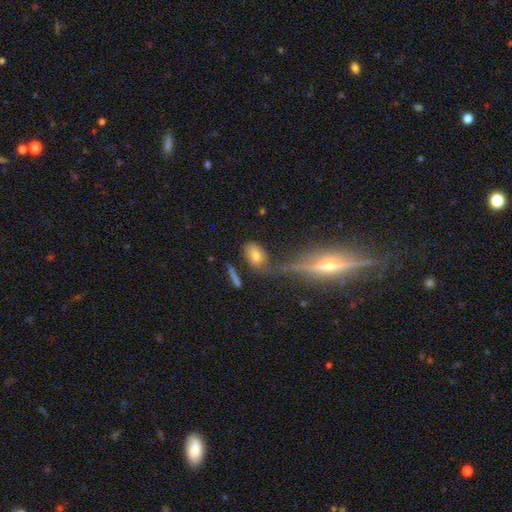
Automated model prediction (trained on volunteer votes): smooth_or_featured: smooth (p=0.71) [alt: featured or disk p=0.19]
how_rounded: in between (p=0.84) [alt: round p=0.10]
merging: none (p=0.53) [alt: merger p=0.18]